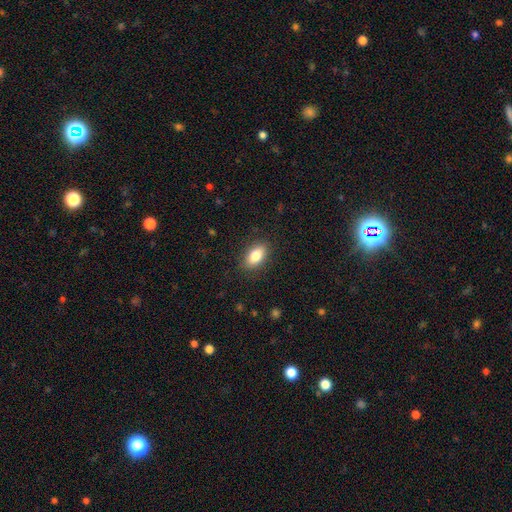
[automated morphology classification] Smooth or featured? Predicted: smooth (p=0.82). How rounded? Predicted: in between (p=0.89). Merging? Predicted: none (p=0.87).